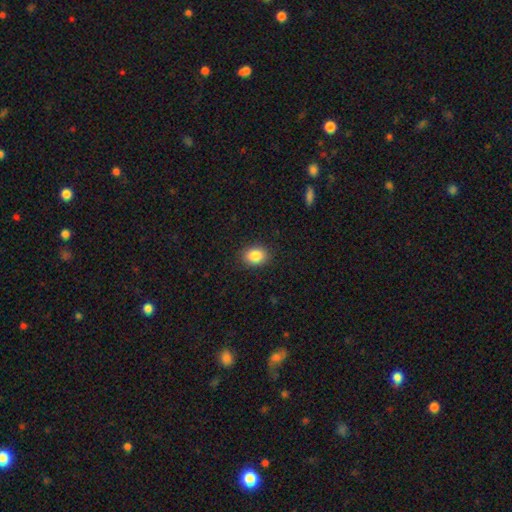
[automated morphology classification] This is clearly a smooth galaxy (86%). How rounded: possibly in between (58%). Merging: clearly none (89%).